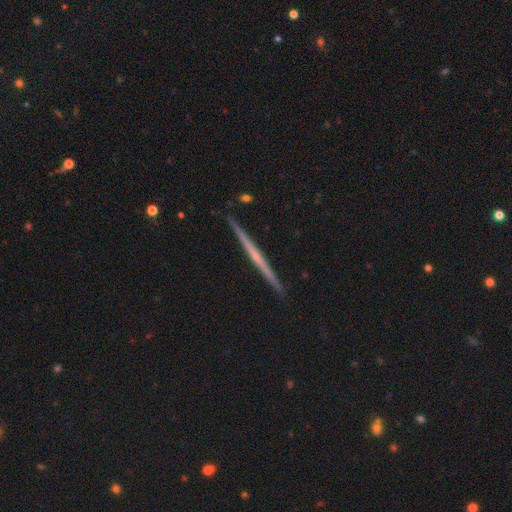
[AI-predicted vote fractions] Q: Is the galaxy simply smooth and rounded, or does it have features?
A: featured or disk — 70%.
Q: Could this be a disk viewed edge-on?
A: yes — 98%.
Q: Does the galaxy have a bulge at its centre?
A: none — 73%.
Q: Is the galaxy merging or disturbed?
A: none — 92%.